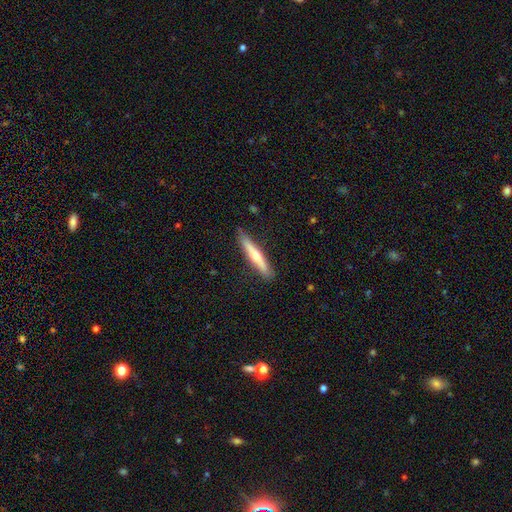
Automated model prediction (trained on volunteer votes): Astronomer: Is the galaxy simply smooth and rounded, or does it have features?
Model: featured or disk — 47%, tied with smooth at 47%.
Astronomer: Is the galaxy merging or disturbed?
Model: none — 86%.